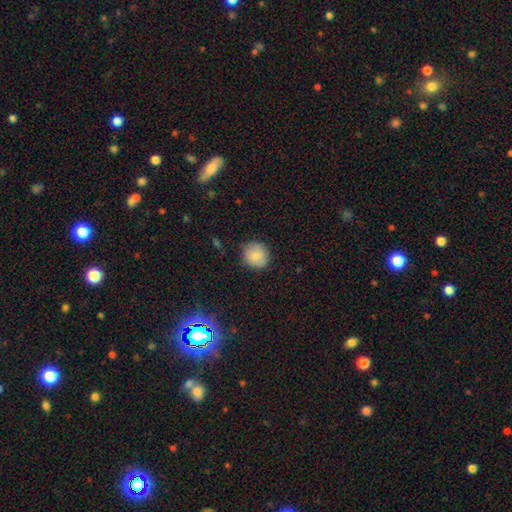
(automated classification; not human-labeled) A smooth galaxy with no disk features (85%) that is round (87%).

Vote fractions:
- Smooth or featured? smooth: 85% / star or artifact: 8% / featured or disk: 7%
- How rounded? round: 87% / in between: 12% / cigar-shaped: 1%
- Merging? none: 83% / minor disturbance: 13% / major disturbance: 3% / merger: 1%